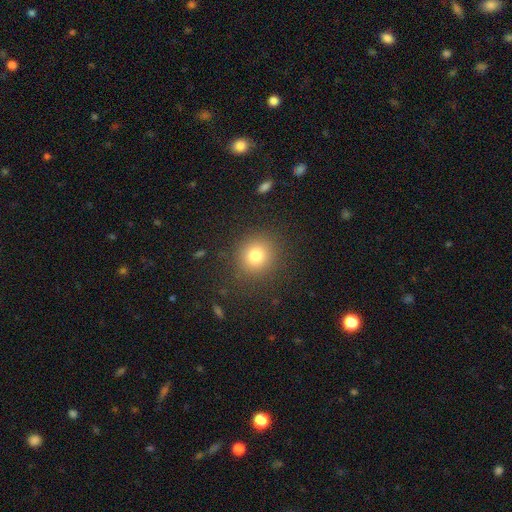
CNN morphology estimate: This is likely a smooth galaxy (78%). How rounded: clearly round (89%). Merging: clearly none (88%).